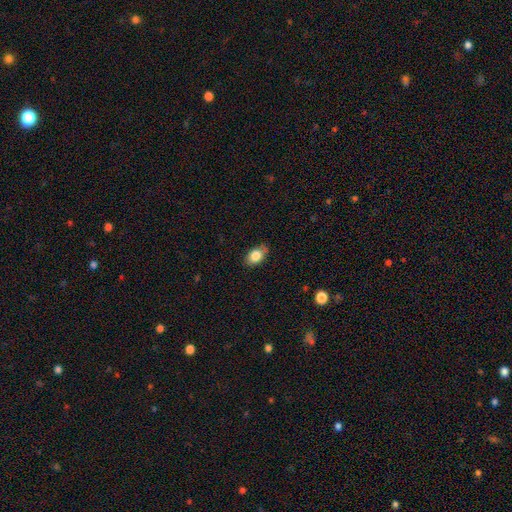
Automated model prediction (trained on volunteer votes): Smooth or featured?
  - smooth: 81% *
  - featured or disk: 11%
  - star or artifact: 7%
How rounded?
  - in between: 88% *
  - round: 11%
  - cigar-shaped: 2%
Merging?
  - none: 77% *
  - minor disturbance: 19%
  - major disturbance: 3%
  - merger: 1%